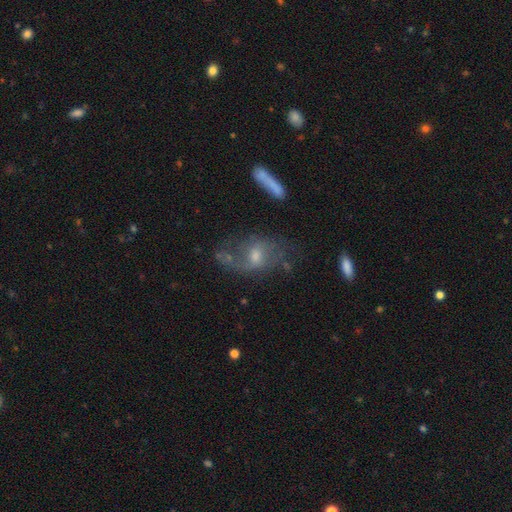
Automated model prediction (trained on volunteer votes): Smooth or featured?
  - featured or disk: 67% *
  - smooth: 22%
  - star or artifact: 11%
Edge-on disk?
  - no: 93% *
  - yes: 7%
Bar?
  - no: 54% *
  - weak: 37%
  - strong: 9%
Spiral arms?
  - yes: 76% *
  - no: 24%
Bulge size?
  - moderate: 54% *
  - small: 34%
  - large: 6%
  - none: 5%
  - dominant: 1%
Merging?
  - none: 49% *
  - major disturbance: 23%
  - minor disturbance: 21%
  - merger: 7%